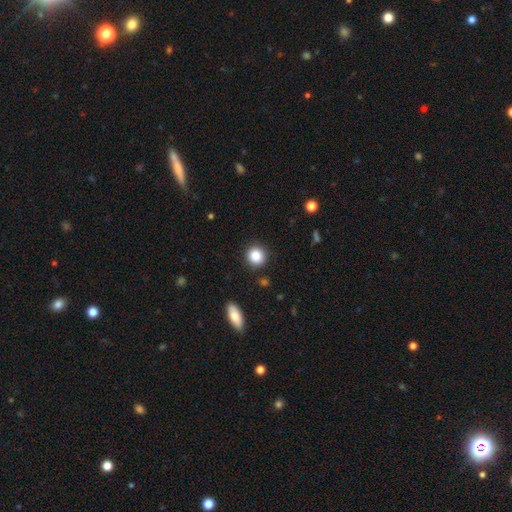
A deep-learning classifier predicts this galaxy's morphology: This is clearly a smooth galaxy (85%). How rounded: clearly round (91%). Merging: clearly none (90%).